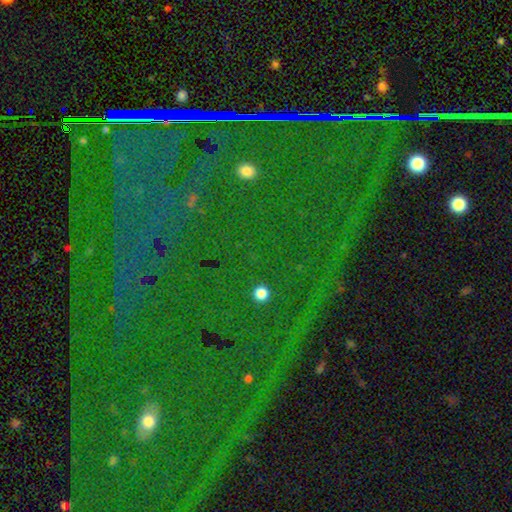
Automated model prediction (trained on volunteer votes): The model was most divided on "smooth or featured": star or artifact: 84%, featured or disk: 9%, smooth: 7%.